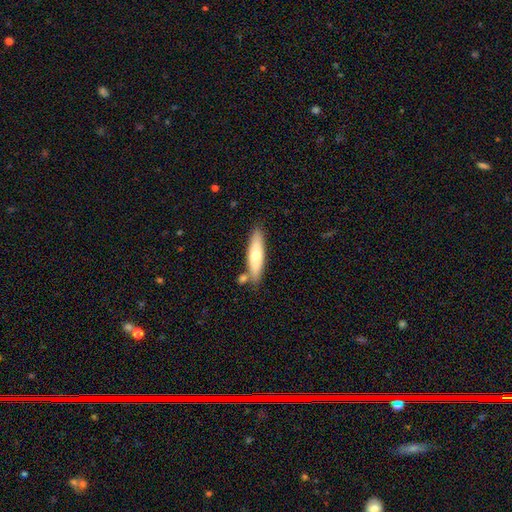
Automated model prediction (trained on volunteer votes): A smooth galaxy with no disk features (65%) that is cigar-shaped (73%). Merging: none (75%).